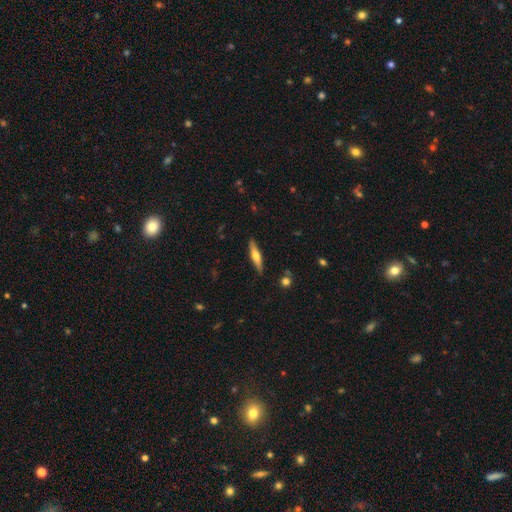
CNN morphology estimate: Q: Smooth or featured?
A: featured or disk (51%); runner-up: smooth (43%)
Q: Edge-on disk?
A: yes (94%); runner-up: no (6%)
Q: Merging?
A: none (88%); runner-up: minor disturbance (9%)